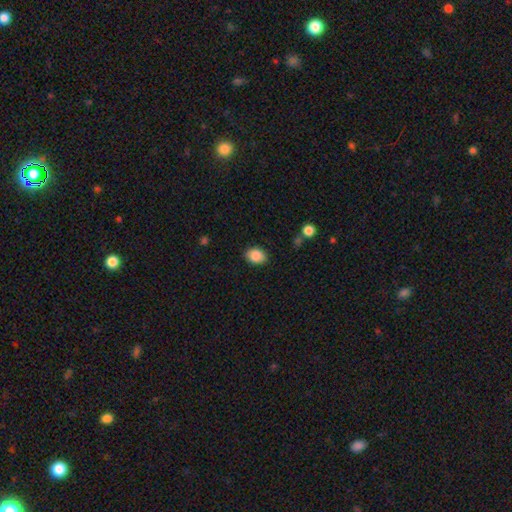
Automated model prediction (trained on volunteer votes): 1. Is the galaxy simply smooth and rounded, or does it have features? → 87% smooth, 8% star or artifact, 5% featured or disk.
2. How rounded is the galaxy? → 66% in between, 33% round, 1% cigar-shaped.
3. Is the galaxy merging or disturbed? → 86% none, 10% minor disturbance, 2% major disturbance, 1% merger.